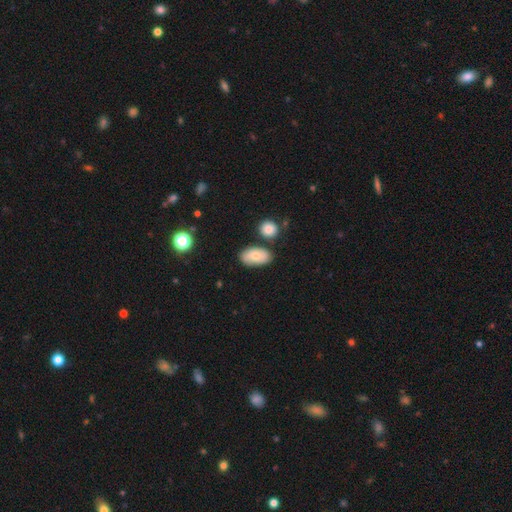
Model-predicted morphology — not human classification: This is likely a smooth galaxy (68%). How rounded: clearly in between (91%). Merging: likely none (70%).